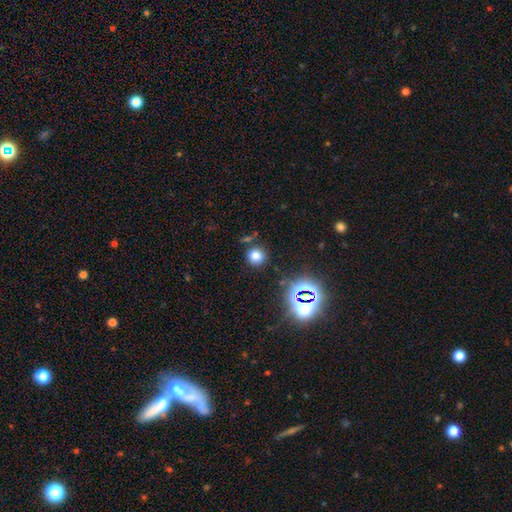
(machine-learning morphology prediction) Smooth or featured?
  - smooth: 72% *
  - star or artifact: 21%
  - featured or disk: 7%
How rounded?
  - round: 90% *
  - in between: 9%
  - cigar-shaped: 1%
Merging?
  - none: 82% *
  - minor disturbance: 9%
  - merger: 6%
  - major disturbance: 4%